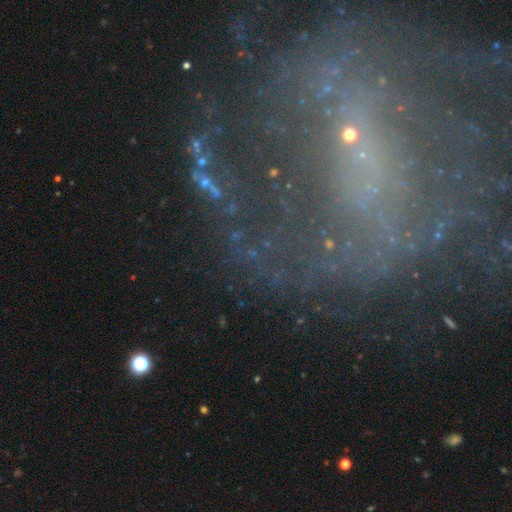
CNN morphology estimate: smooth_or_featured: featured or disk (p=0.65) [alt: star or artifact p=0.22]
disk_edge_on: no (p=0.93) [alt: yes p=0.07]
bar: no (p=0.48) [alt: weak p=0.30]
has_spiral_arms: yes (p=0.67) [alt: no p=0.33]
bulge_size: small (p=0.54) [alt: none p=0.24]
merging: none (p=0.63) [alt: major disturbance p=0.17]